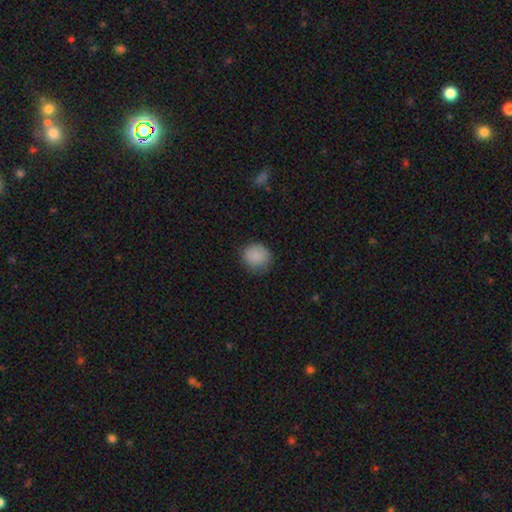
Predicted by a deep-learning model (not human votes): Smooth or featured? Predicted: smooth (p=0.87). How rounded? Predicted: round (p=0.85). Merging? Predicted: none (p=0.81).